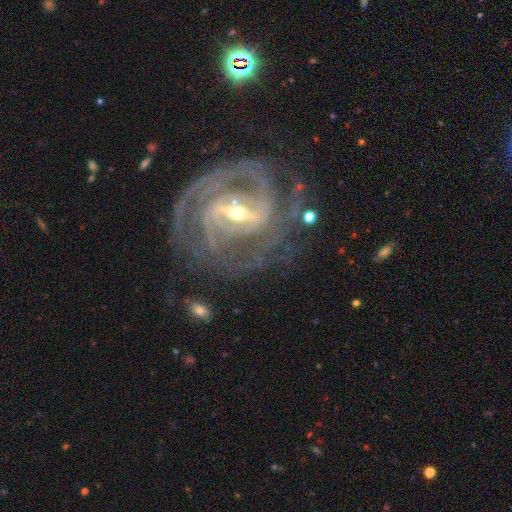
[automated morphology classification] A featured or disk galaxy (90%) with a strong bar (60%), 2 (43%) tight (60%) spiral arms (97%) and a small central bulge (56%).

Vote fractions:
- Smooth or featured? featured or disk: 90% / star or artifact: 6% / smooth: 4%
- Edge-on disk? no: 96% / yes: 4%
- Bar? strong: 60% / weak: 30% / no: 10%
- Spiral arms? yes: 97% / no: 3%
- Spiral winding? tight: 60% / medium: 34% / loose: 6%
- Spiral arm count? 2: 43% / 3: 22% / can't tell: 16% / 4: 8% / more than 4: 5% / 1: 5%
- Bulge size? small: 56% / moderate: 39% / large: 2% / none: 1% / dominant: 1%
- Merging? none: 72% / minor disturbance: 16% / major disturbance: 10% / merger: 2%